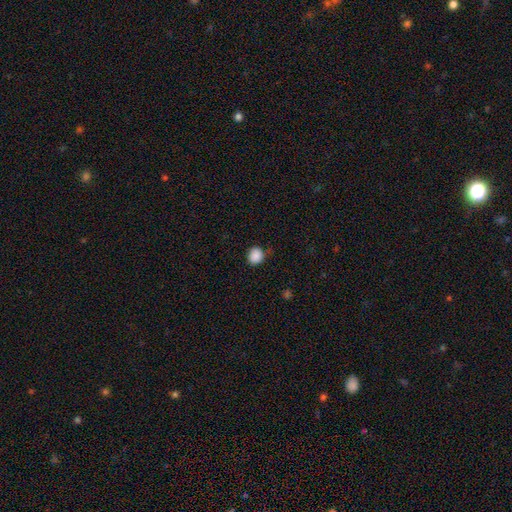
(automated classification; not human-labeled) A smooth galaxy with no disk features (88%) that is round (81%). Merging: none (83%).